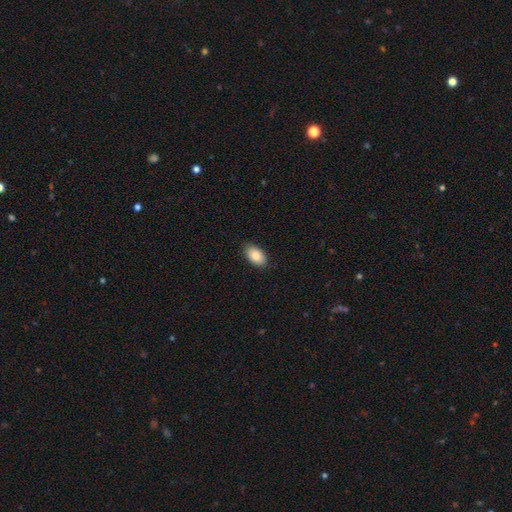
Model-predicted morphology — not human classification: A smooth galaxy with no disk features (87%) that is in between round and cigar-shaped (94%). Merging: none (86%).